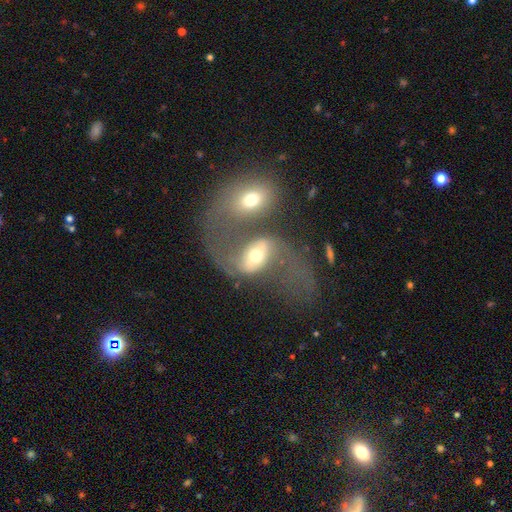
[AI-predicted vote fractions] smooth_or_featured: featured or disk (p=0.74) [alt: smooth p=0.19]
disk_edge_on: no (p=0.94) [alt: yes p=0.06]
bar: strong (p=0.38) [alt: weak p=0.35]
has_spiral_arms: yes (p=0.81) [alt: no p=0.19]
spiral_winding: loose (p=0.82) [alt: medium p=0.14]
spiral_arm_count: 2 (p=0.89) [alt: 1 p=0.05]
bulge_size: moderate (p=0.67) [alt: small p=0.17]
merging: merger (p=0.47) [alt: none p=0.24]